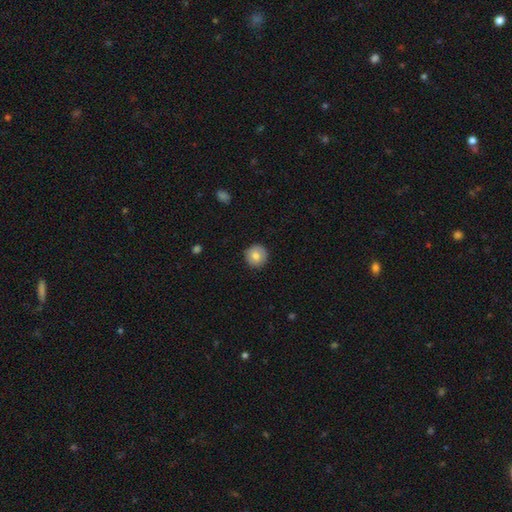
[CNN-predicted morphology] smooth 79%, featured or disk 13%, star or artifact 8%. Down the decision tree: how rounded — round (95%); merging — none (90%).